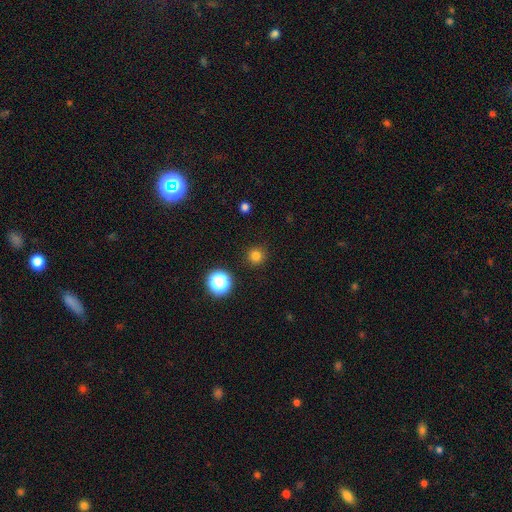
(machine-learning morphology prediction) A smooth galaxy with no disk features (79%) that is round (95%). Merging: none (91%).